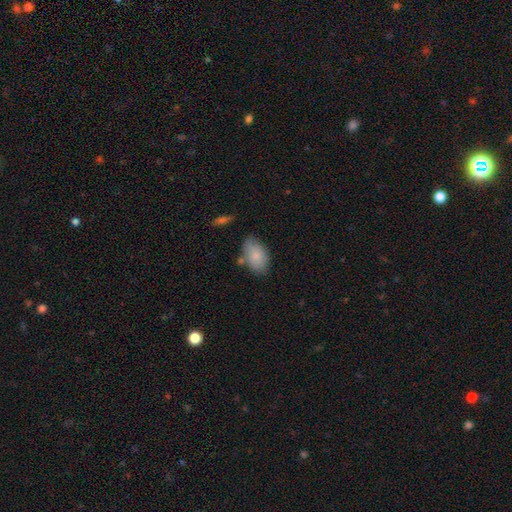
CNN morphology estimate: The model was most divided on "merging": none: 68%, minor disturbance: 21%, merger: 6%, major disturbance: 5%. More confident: how rounded — in between (89%); smooth or featured — smooth (83%).